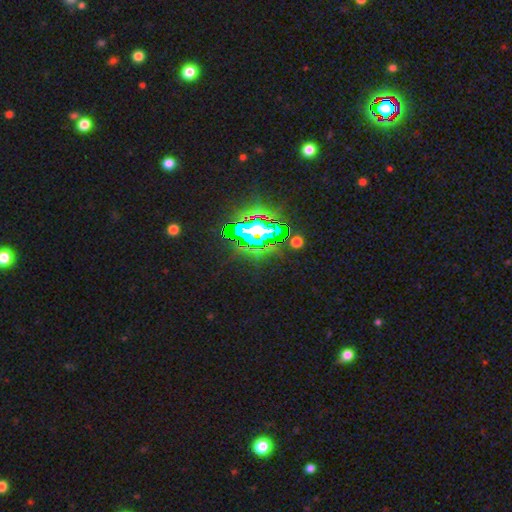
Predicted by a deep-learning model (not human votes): Morphology: type=star or artifact (75%).